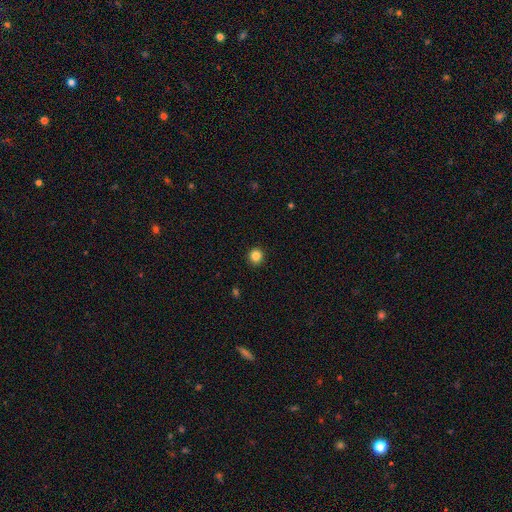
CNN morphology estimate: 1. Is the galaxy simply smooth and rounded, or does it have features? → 85% smooth, 11% star or artifact, 4% featured or disk.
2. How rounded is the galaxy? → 92% round, 7% in between, 1% cigar-shaped.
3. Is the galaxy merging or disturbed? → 93% none, 5% minor disturbance, 2% major disturbance, 1% merger.